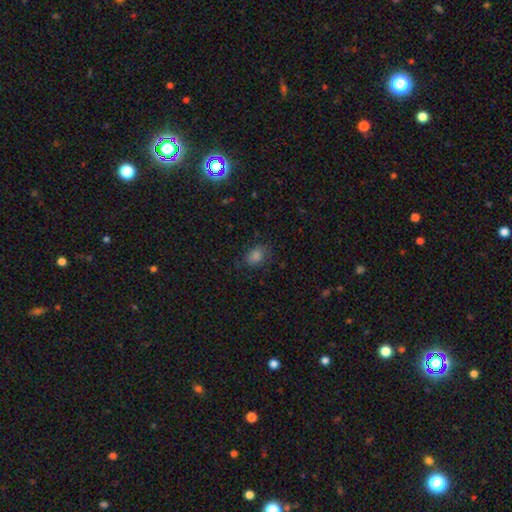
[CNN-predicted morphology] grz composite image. It shows a smooth galaxy with no disk features (69%) that is in between round and cigar-shaped (53%). Merging: none (77%).